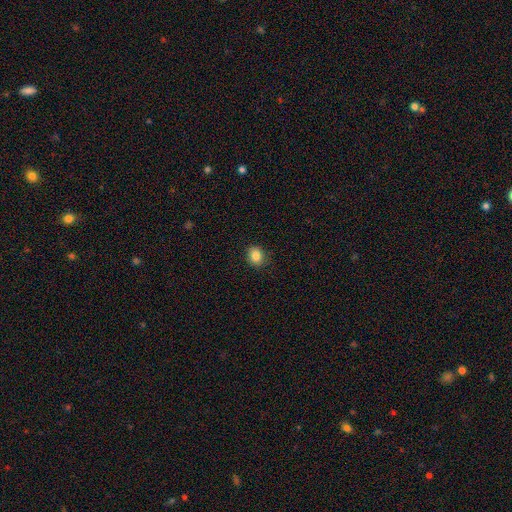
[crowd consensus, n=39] Q: Smooth or featured?
A: smooth (90%); runner-up: star or artifact (8%)
Q: How rounded?
A: round (57%); runner-up: in between (43%)
Q: Merging?
A: none (89%); runner-up: minor disturbance (8%)